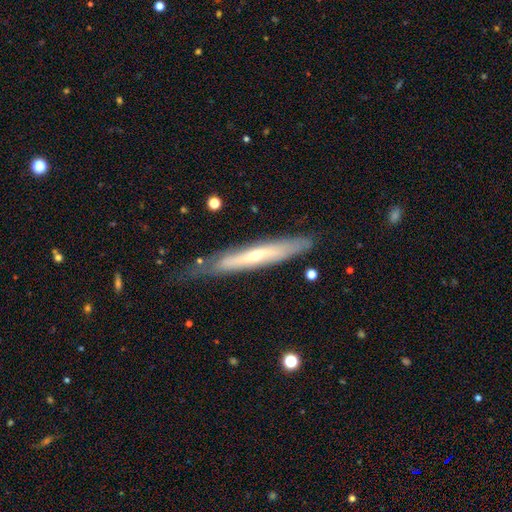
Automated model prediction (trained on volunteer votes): smooth-or-featured: featured or disk: 61% | smooth: 33% | star or artifact: 6%
  disk-edge-on: yes: 77% | no: 23%
  merging: none: 68% | minor disturbance: 23% | major disturbance: 6% | merger: 2%